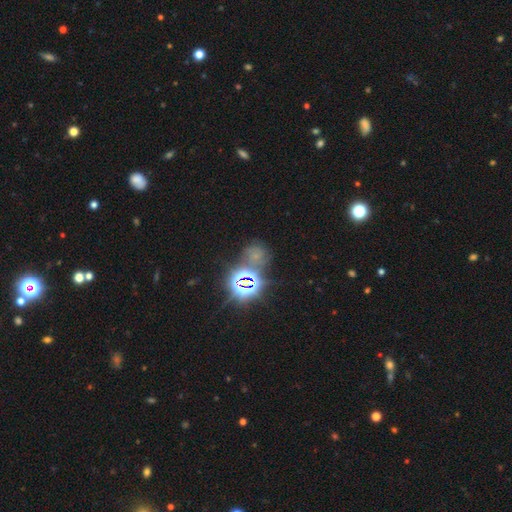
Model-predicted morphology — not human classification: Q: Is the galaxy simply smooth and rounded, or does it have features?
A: star or artifact — 55%.